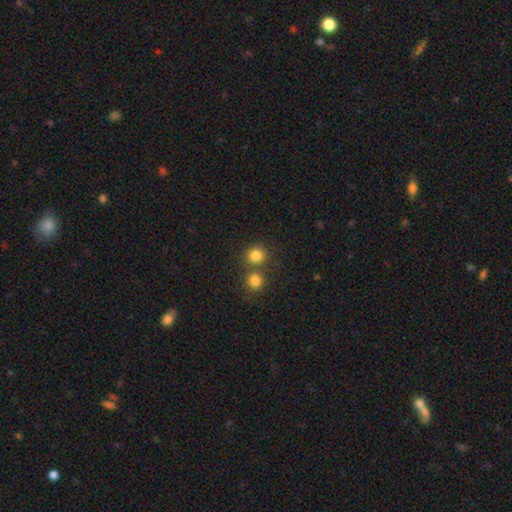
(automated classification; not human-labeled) smooth-or-featured: smooth: 82% | star or artifact: 12% | featured or disk: 5%
  how-rounded: round: 89% | in between: 10% | cigar-shaped: 1%
  merging: none: 62% | merger: 28% | minor disturbance: 7% | major disturbance: 3%